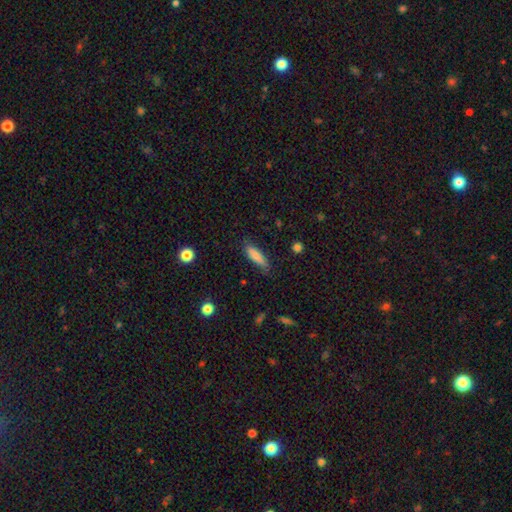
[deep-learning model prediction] Smooth or featured?
  - smooth: 83% *
  - featured or disk: 10%
  - star or artifact: 7%
How rounded?
  - cigar-shaped: 59% *
  - in between: 39%
  - round: 2%
Merging?
  - none: 75% *
  - minor disturbance: 19%
  - major disturbance: 4%
  - merger: 2%